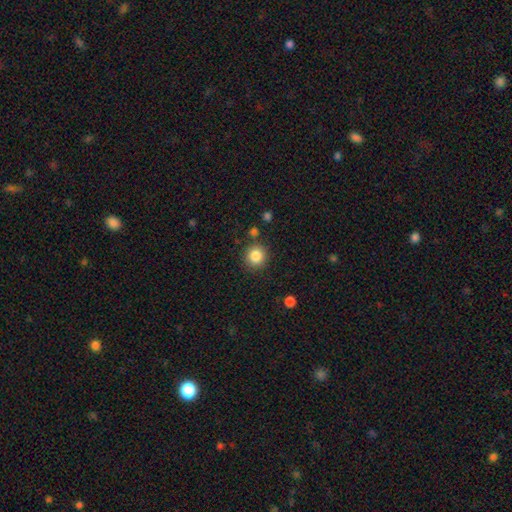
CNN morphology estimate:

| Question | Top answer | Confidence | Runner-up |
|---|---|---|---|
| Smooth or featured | smooth | 85% | star or artifact (10%) |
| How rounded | round | 92% | in between (7%) |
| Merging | none | 86% | minor disturbance (8%) |